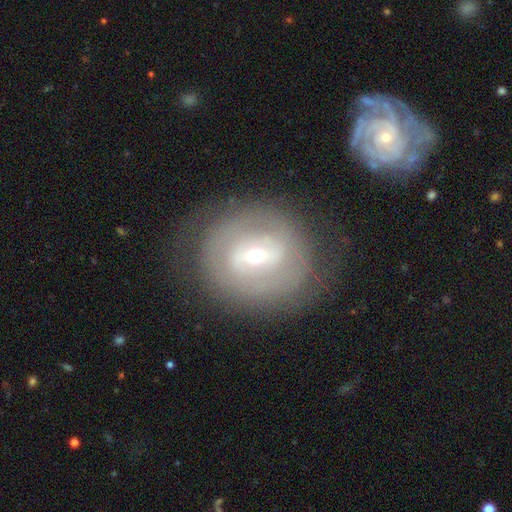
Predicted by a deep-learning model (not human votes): Smooth or featured: featured or disk — 72% (smooth — 21%)
Edge-on disk: no — 96% (yes — 4%)
Bar: weak — 45% (strong — 29%)
Spiral arms: yes — 68% (no — 32%)
Bulge size: small — 62% (moderate — 35%)
Merging: none — 77% (minor disturbance — 13%)